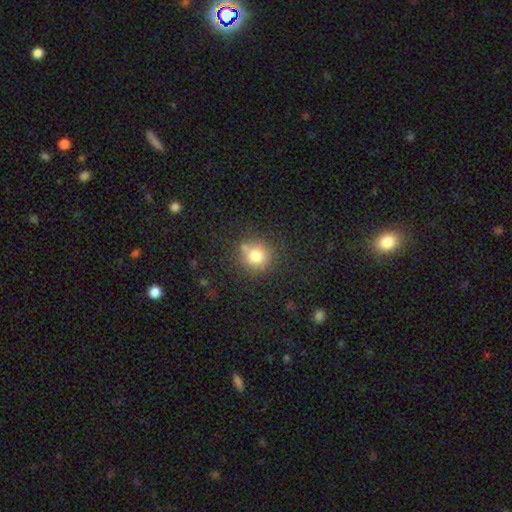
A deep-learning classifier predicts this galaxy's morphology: Q: Smooth or featured?
A: smooth (77%); runner-up: star or artifact (13%)
Q: How rounded?
A: round (88%); runner-up: in between (11%)
Q: Merging?
A: none (75%); runner-up: minor disturbance (12%)